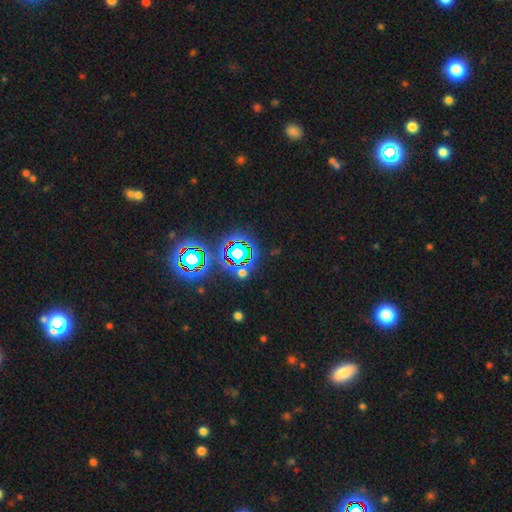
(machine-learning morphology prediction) Q: Smooth or featured?
A: star or artifact (78%); runner-up: smooth (14%)